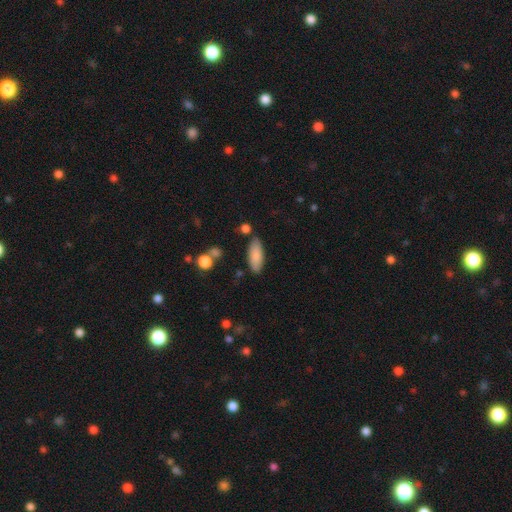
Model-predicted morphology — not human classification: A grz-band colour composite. It shows a smooth galaxy with no disk features (84%) that is in between round and cigar-shaped (73%). Merging: none (80%).